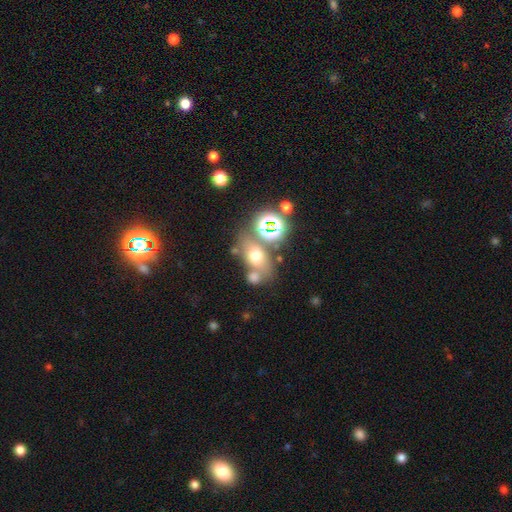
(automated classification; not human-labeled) smooth-or-featured: smooth: 59% | star or artifact: 21% | featured or disk: 20%
  how-rounded: in between: 63% | round: 34% | cigar-shaped: 3%
  merging: none: 55% | merger: 24% | minor disturbance: 14% | major disturbance: 7%